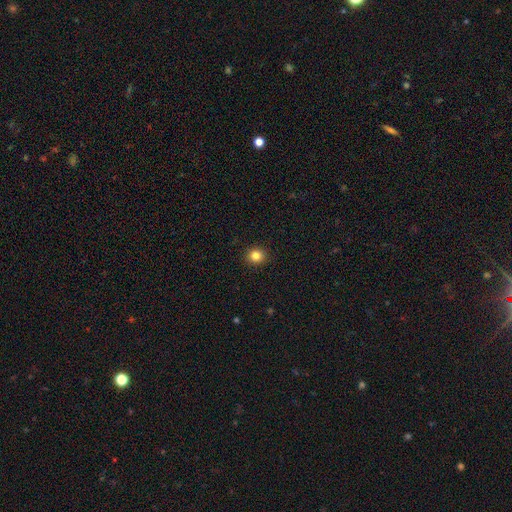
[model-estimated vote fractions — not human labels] Q: Smooth or featured?
A: smooth (82%); runner-up: star or artifact (12%)
Q: How rounded?
A: round (80%); runner-up: in between (19%)
Q: Merging?
A: none (91%); runner-up: minor disturbance (6%)